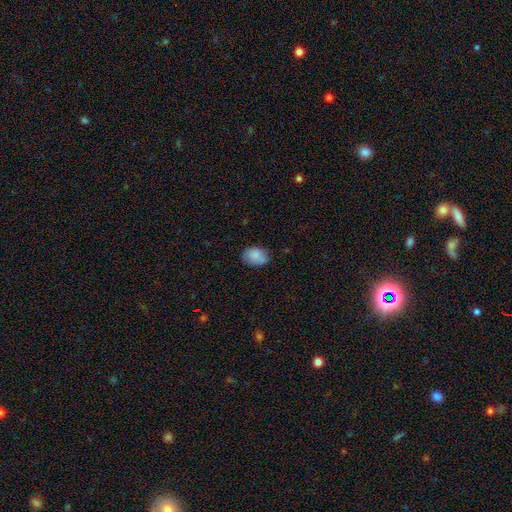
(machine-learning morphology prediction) Smooth or featured: smooth — 83% (featured or disk — 9%)
How rounded: in between — 68% (round — 31%)
Merging: none — 67% (minor disturbance — 22%)